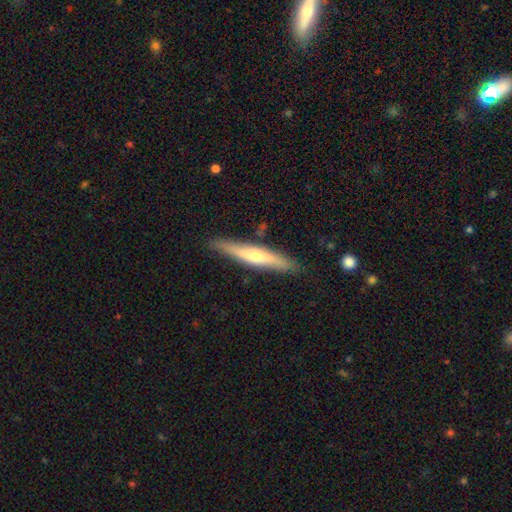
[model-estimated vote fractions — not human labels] Smooth or featured: featured or disk — 56% (smooth — 38%)
Edge-on disk: yes — 92% (no — 8%)
Edge-on bulge: rounded — 82% (none — 14%)
Merging: none — 85% (minor disturbance — 11%)